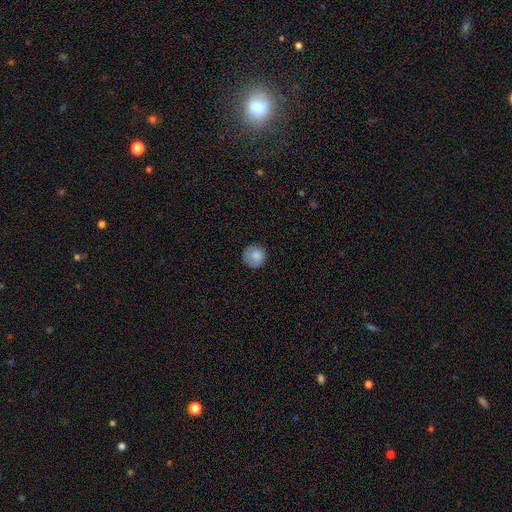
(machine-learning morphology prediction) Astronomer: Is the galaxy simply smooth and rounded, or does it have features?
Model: smooth — 83%.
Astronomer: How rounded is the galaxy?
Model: round — 93%.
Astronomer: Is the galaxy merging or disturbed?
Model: none — 81%.